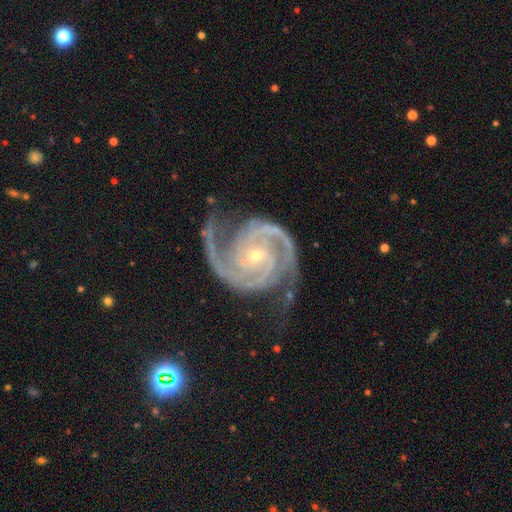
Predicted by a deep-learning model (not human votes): Morphology: type=featured or disk (94%); edge-on=no (98%); bar=no (62%); spiral arms=yes (99%); winding=tight (50%); arm count=2 (70%); bulge=small (75%); merging=none (67%).